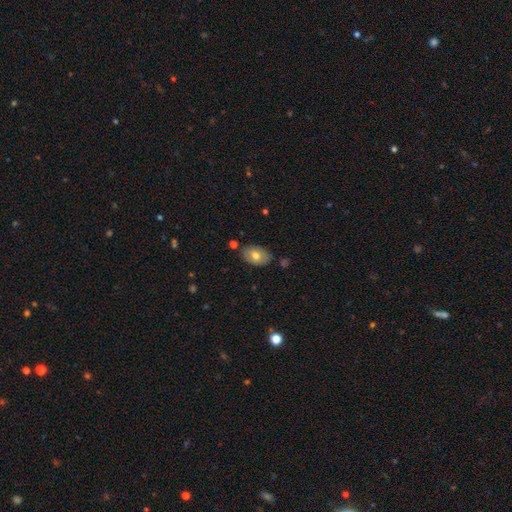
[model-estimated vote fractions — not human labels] smooth 70%, featured or disk 23%, star or artifact 8%. Down the decision tree: how rounded — in between (86%); merging — none (78%).